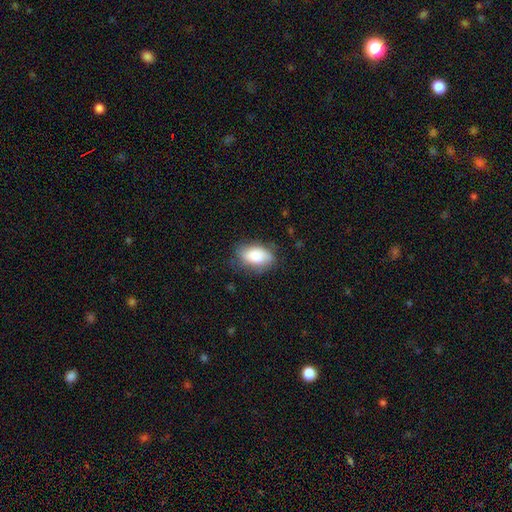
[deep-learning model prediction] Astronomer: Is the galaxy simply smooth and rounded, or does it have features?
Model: smooth — 81%.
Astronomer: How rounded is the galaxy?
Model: in between — 92%.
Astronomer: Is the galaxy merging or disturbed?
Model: none — 66%.